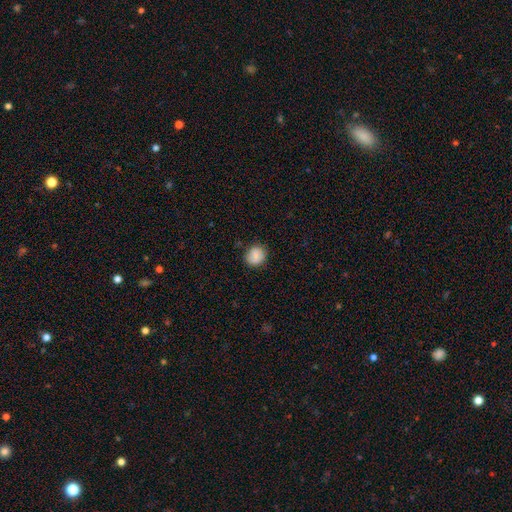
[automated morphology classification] A smooth galaxy with no disk features (84%) that is round (74%). Merging: none (82%).